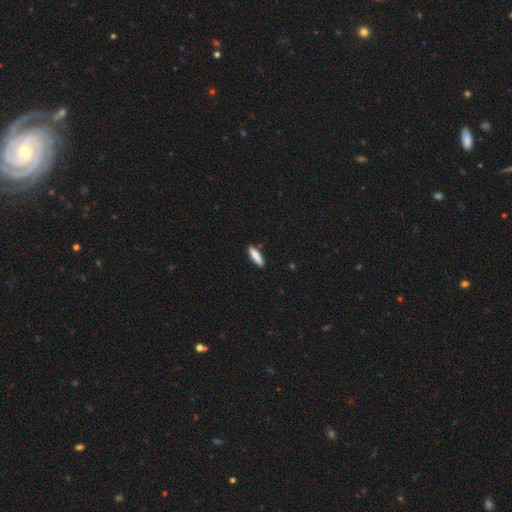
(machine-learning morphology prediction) Smooth or featured? smooth (85%)
How rounded? cigar-shaped (68%)
Merging? none (87%)